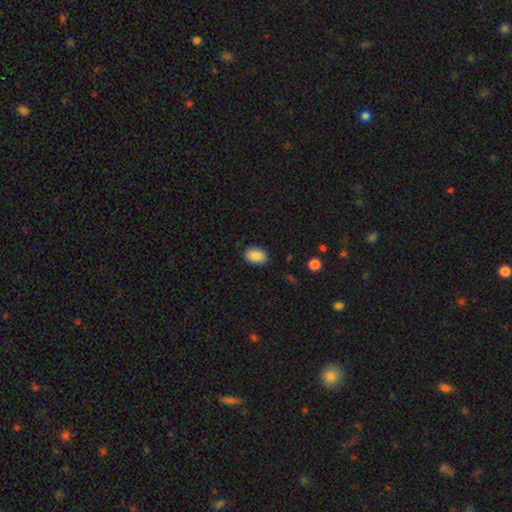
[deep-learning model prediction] A smooth galaxy with no disk features (88%) that is in between round and cigar-shaped (86%). Merging: none (88%).